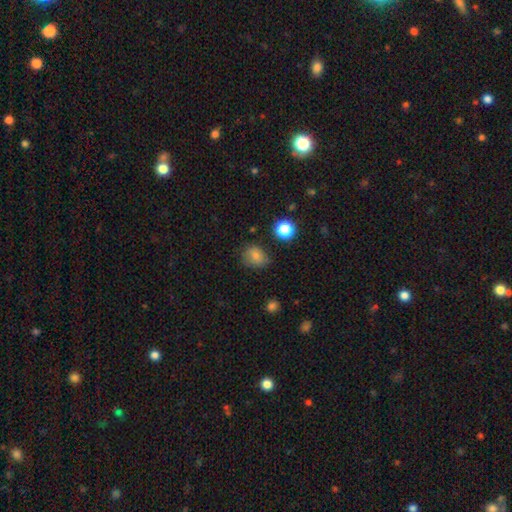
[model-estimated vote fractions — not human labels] The model was most divided on "how rounded": round: 57%, in between: 42%, cigar-shaped: 1%. More confident: smooth or featured — smooth (78%); merging — none (67%).